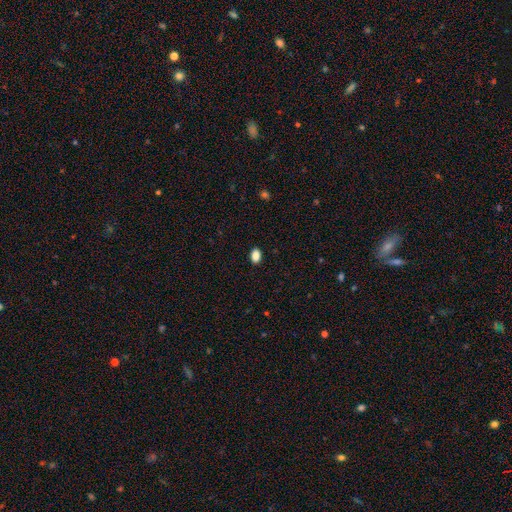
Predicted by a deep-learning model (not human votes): This appears to be a smooth galaxy with no disk features (88%) that is in between round and cigar-shaped (87%). Merging: none (90%).